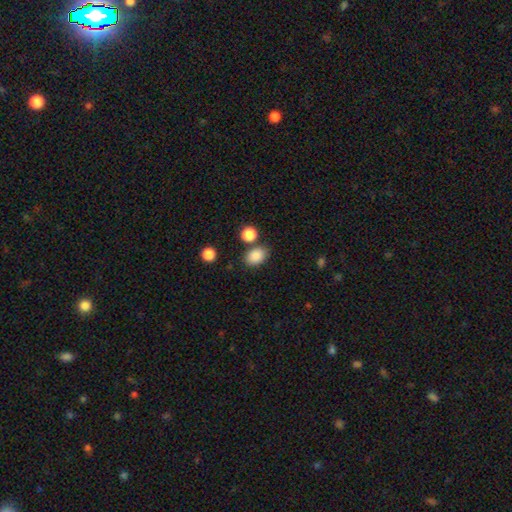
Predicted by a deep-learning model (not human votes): A smooth galaxy with no disk features (87%) that is in between round and cigar-shaped (75%). Merging: none (75%).